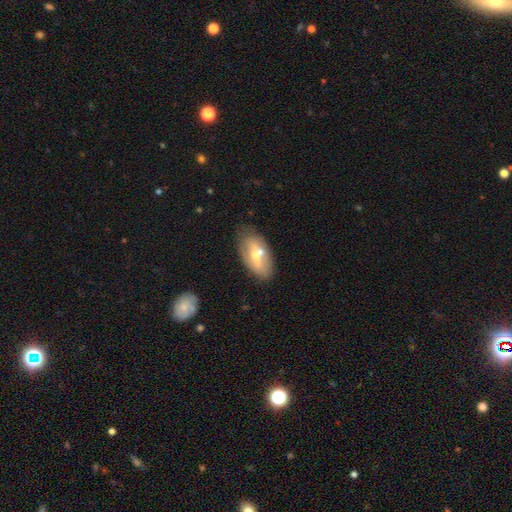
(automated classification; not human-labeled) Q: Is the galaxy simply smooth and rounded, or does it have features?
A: smooth — 49%.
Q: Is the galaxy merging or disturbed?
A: none — 63%.